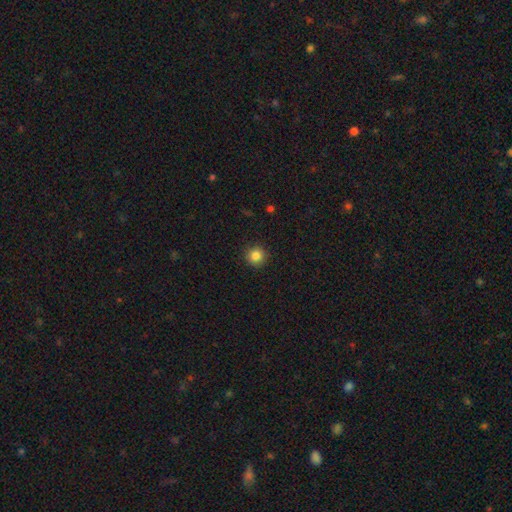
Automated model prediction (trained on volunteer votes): Morphology: type=smooth (85%); roundness=round (95%); merging=none (92%).